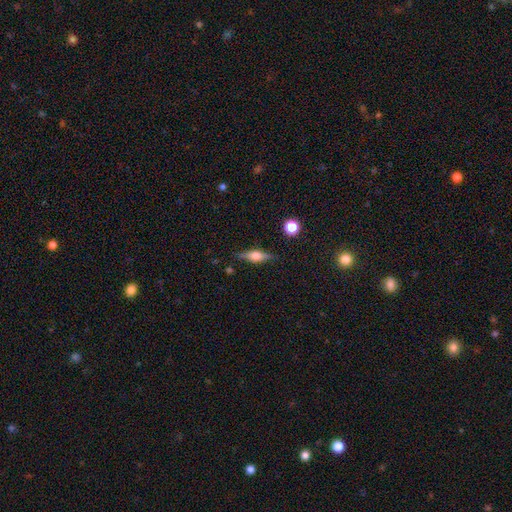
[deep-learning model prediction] Overall: featured or disk (59%; smooth 33%). Edge-on disk: yes (96%). Edge-on bulge: rounded (87%). Merging: none (85%).